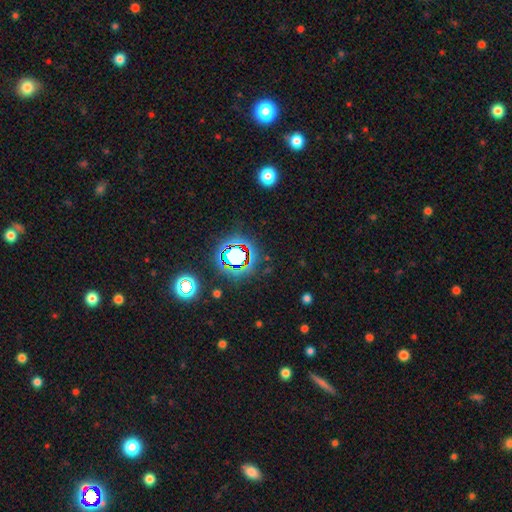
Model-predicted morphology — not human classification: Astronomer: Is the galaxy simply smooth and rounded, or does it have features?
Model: star or artifact — 78%.